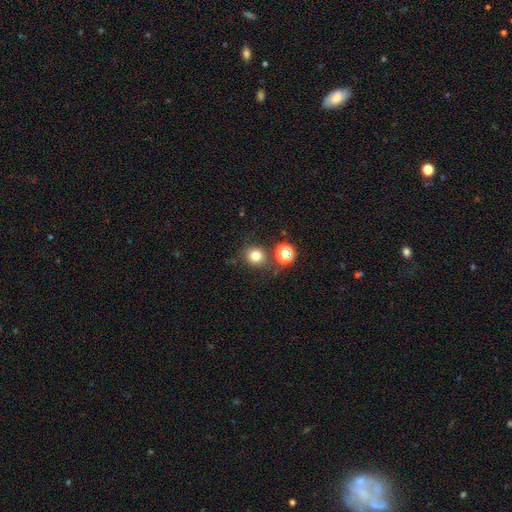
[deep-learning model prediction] This is likely a smooth galaxy (76%). How rounded: clearly round (83%). Merging: likely none (77%).